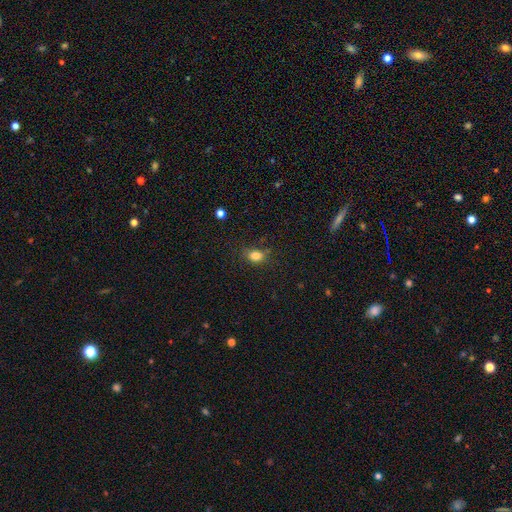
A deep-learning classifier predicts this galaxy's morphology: Smooth or featured?
  - smooth: 82% *
  - star or artifact: 12%
  - featured or disk: 6%
How rounded?
  - in between: 58% *
  - round: 40%
  - cigar-shaped: 2%
Merging?
  - none: 70% *
  - minor disturbance: 21%
  - major disturbance: 6%
  - merger: 3%